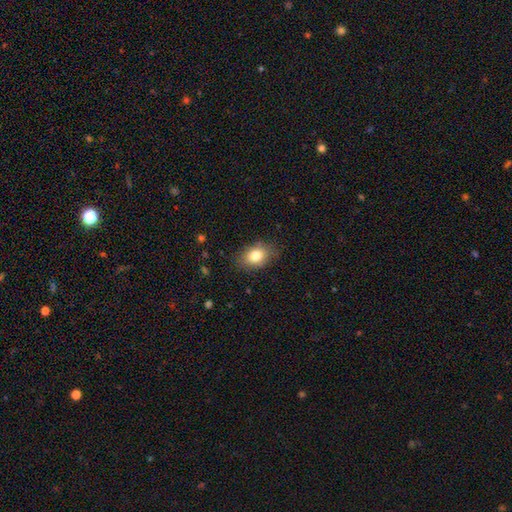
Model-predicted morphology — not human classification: A smooth galaxy with no disk features (80%) that is in between round and cigar-shaped (77%). Merging: none (81%).